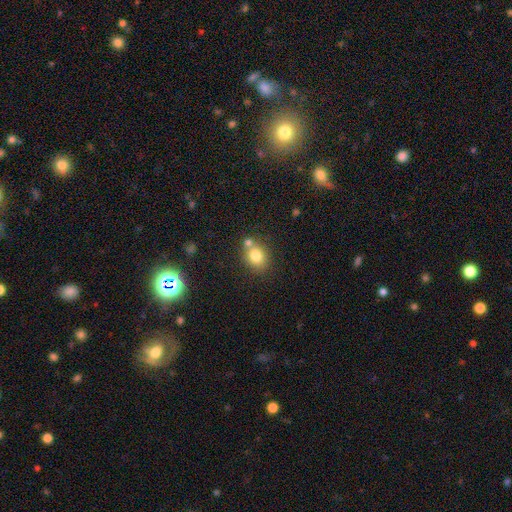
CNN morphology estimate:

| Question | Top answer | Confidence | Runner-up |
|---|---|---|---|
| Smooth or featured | smooth | 79% | star or artifact (11%) |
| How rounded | round | 57% | in between (42%) |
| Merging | none | 62% | merger (23%) |